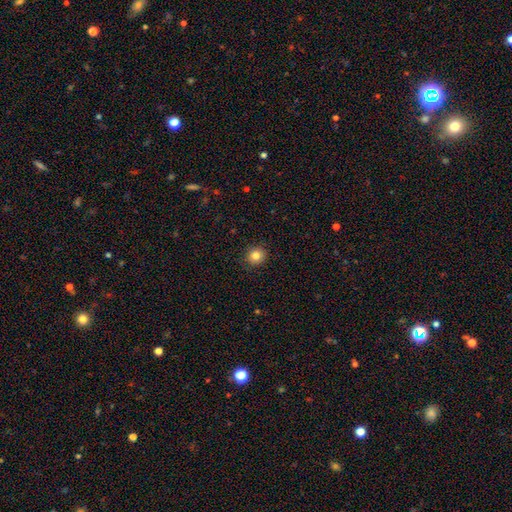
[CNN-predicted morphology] Smooth or featured? smooth (83%)
How rounded? round (86%)
Merging? none (90%)